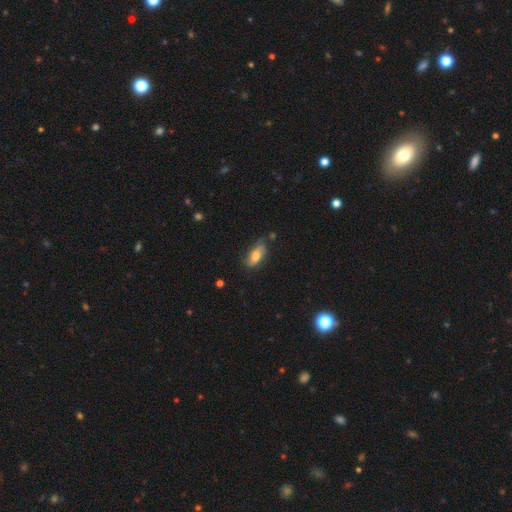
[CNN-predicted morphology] Smooth or featured? Predicted: smooth (p=0.65). How rounded? Predicted: in between (p=0.83). Merging? Predicted: none (p=0.55).